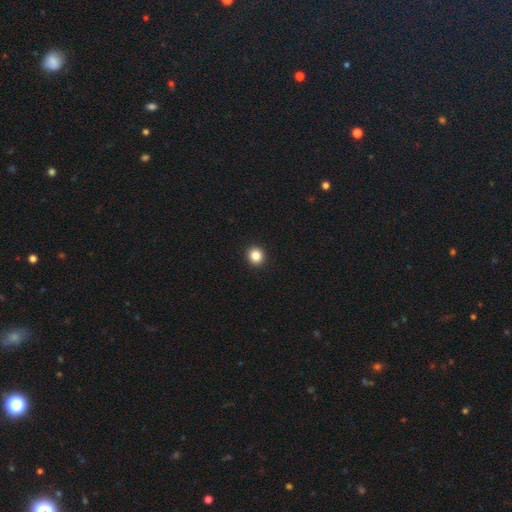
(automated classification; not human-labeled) Smooth or featured?
  - smooth: 85% *
  - star or artifact: 11%
  - featured or disk: 4%
How rounded?
  - round: 91% *
  - in between: 8%
  - cigar-shaped: 1%
Merging?
  - none: 94% *
  - minor disturbance: 4%
  - major disturbance: 1%
  - merger: 1%